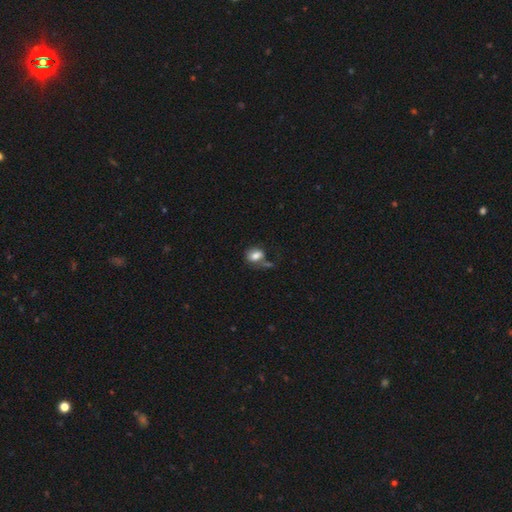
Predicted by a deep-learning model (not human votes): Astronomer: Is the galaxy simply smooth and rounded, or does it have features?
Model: smooth — 76%.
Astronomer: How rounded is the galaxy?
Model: in between — 66%.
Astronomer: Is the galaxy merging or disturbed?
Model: none — 44% (runner-up: minor disturbance, 22%).